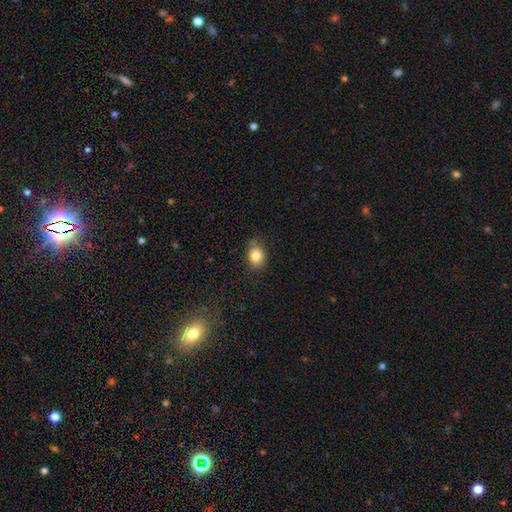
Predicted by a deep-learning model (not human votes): Q: Smooth or featured?
A: smooth (84%); runner-up: star or artifact (9%)
Q: How rounded?
A: in between (60%); runner-up: round (39%)
Q: Merging?
A: none (76%); runner-up: minor disturbance (19%)